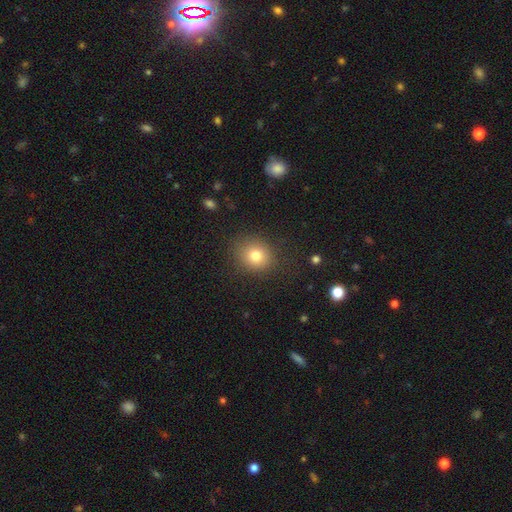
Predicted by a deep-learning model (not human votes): The model was most divided on "how rounded": round: 74%, in between: 25%, cigar-shaped: 1%. More confident: merging — none (83%); smooth or featured — smooth (79%).